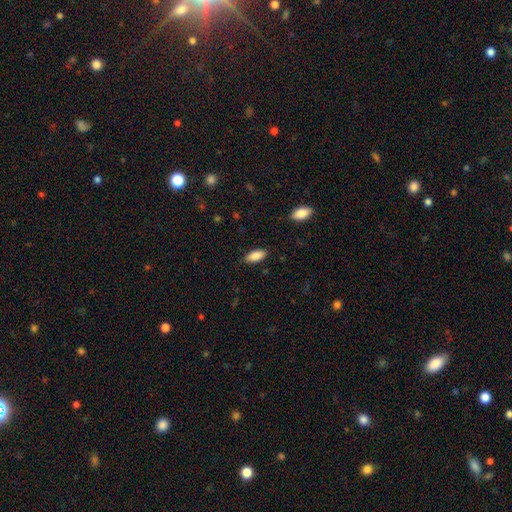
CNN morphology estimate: The model was most divided on "merging": none: 85%, minor disturbance: 12%, major disturbance: 3%, merger: 1%. More confident: smooth or featured — smooth (87%); how rounded — in between (86%).